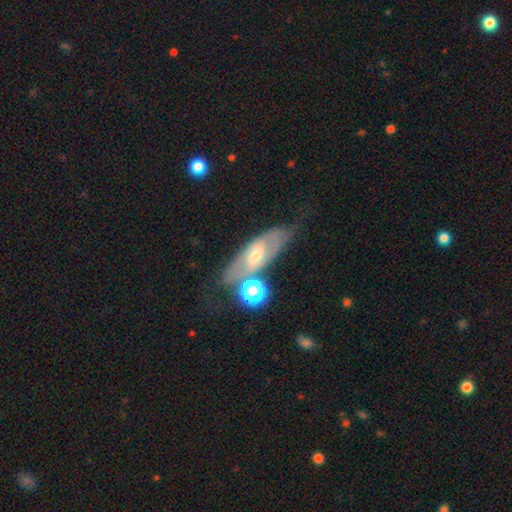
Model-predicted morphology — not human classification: Smooth or featured? Predicted: featured or disk (p=0.59). Edge-on disk? Predicted: no (p=0.75). Merging? Predicted: none (p=0.54).